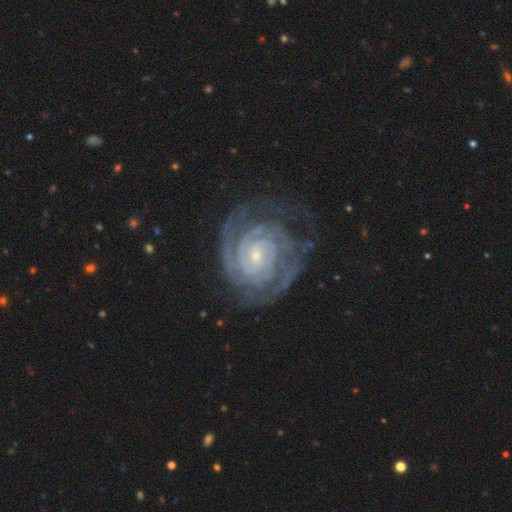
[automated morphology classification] type=featured or disk (91%); edge-on=no (98%); bar=no (64%); spiral arms=yes (98%); winding=tight (83%); arm count=2 (34%); bulge=small (82%); merging=none (71%).